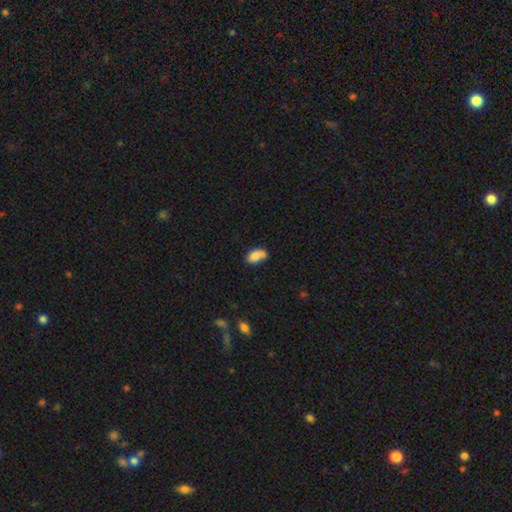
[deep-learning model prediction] The model was most divided on "merging": none: 49%, minor disturbance: 29%, merger: 13%, major disturbance: 9%. More confident: how rounded — in between (91%); smooth or featured — smooth (80%).